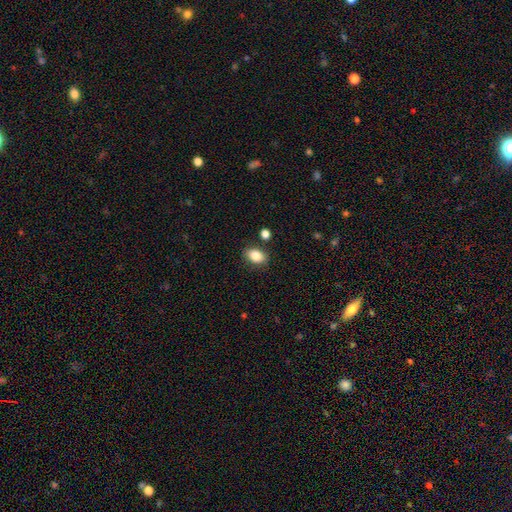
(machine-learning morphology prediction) A smooth galaxy with no disk features (85%) that is in between round and cigar-shaped (81%). Merging: none (81%).